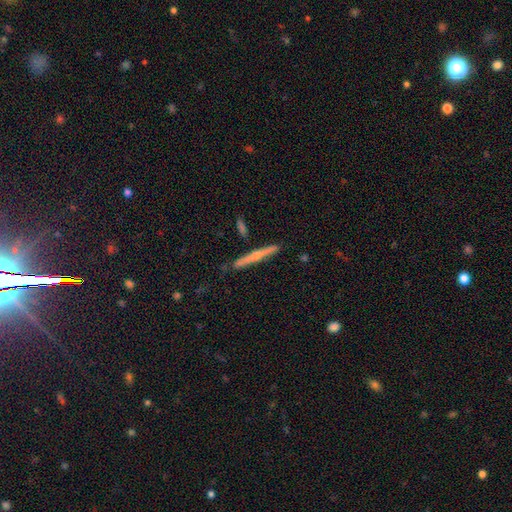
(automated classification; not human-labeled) Smooth or featured: featured or disk — 63% (smooth — 31%)
Edge-on disk: yes — 97% (no — 3%)
Edge-on bulge: rounded — 78% (none — 17%)
Merging: none — 86% (minor disturbance — 9%)